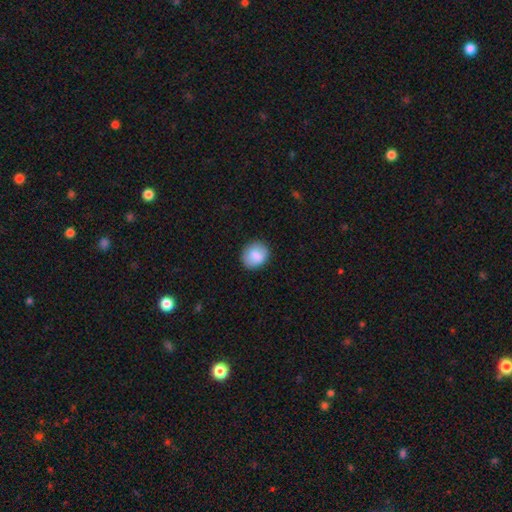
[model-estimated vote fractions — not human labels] smooth_or_featured: smooth (p=0.83) [alt: featured or disk p=0.10]
how_rounded: round (p=0.68) [alt: in between p=0.31]
merging: none (p=0.84) [alt: minor disturbance p=0.12]